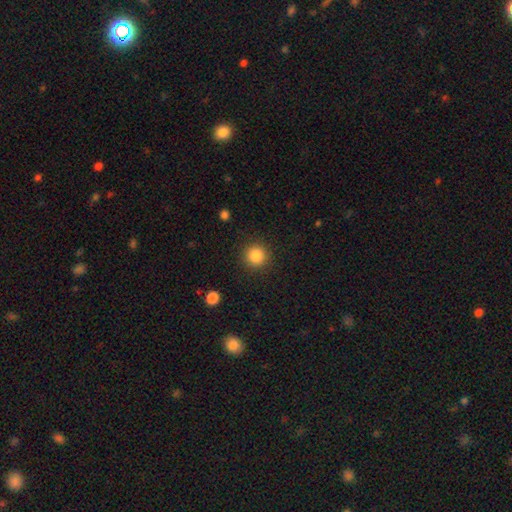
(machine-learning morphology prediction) smooth-or-featured: smooth: 86% | star or artifact: 10% | featured or disk: 4%
  how-rounded: round: 94% | in between: 5% | cigar-shaped: 1%
  merging: none: 90% | minor disturbance: 6% | major disturbance: 3% | merger: 1%